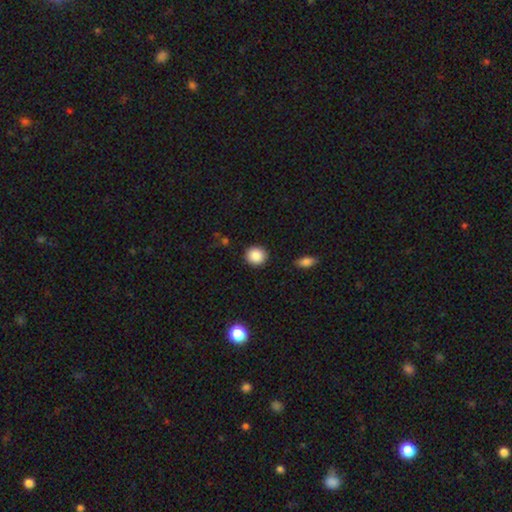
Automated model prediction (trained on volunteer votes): This appears to be a smooth galaxy with no disk features (88%) that is round (87%). Merging: none (90%).